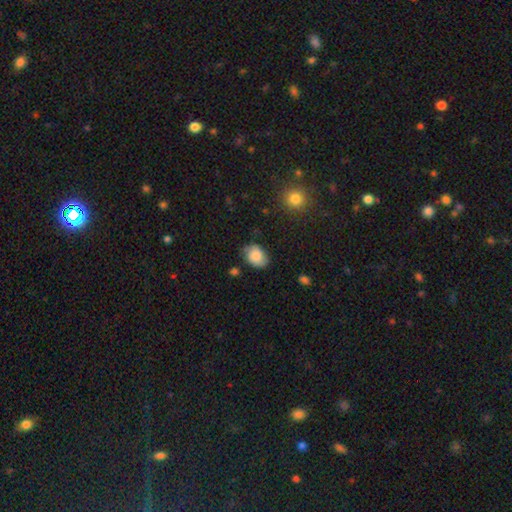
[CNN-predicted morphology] Q: Smooth or featured?
A: smooth (78%); runner-up: featured or disk (14%)
Q: How rounded?
A: in between (74%); runner-up: round (25%)
Q: Merging?
A: none (69%); runner-up: minor disturbance (24%)